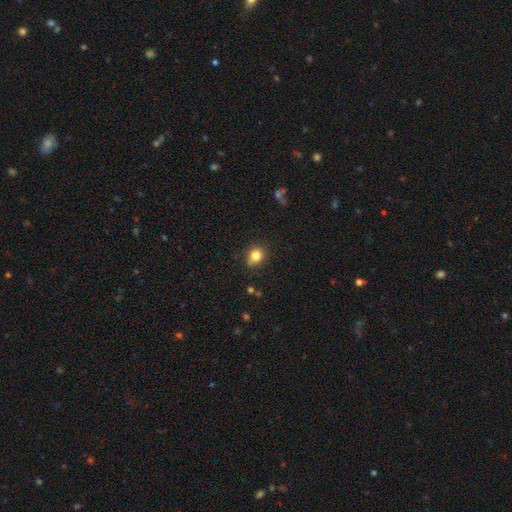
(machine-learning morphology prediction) type=smooth (82%); roundness=round (65%); merging=none (79%).